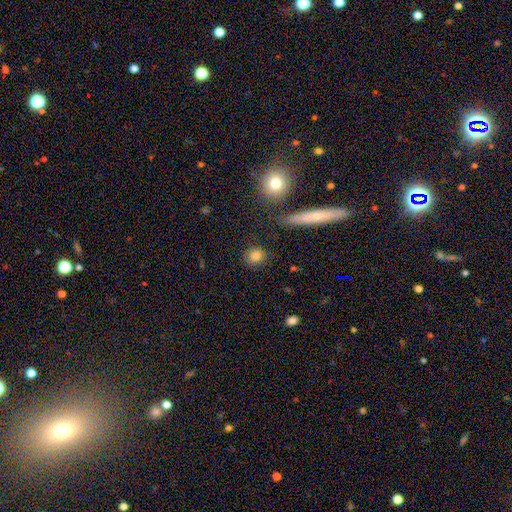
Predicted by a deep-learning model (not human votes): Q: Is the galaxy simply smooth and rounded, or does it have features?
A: smooth — 83%.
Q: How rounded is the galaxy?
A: round — 83%.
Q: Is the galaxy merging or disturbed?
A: none — 87%.